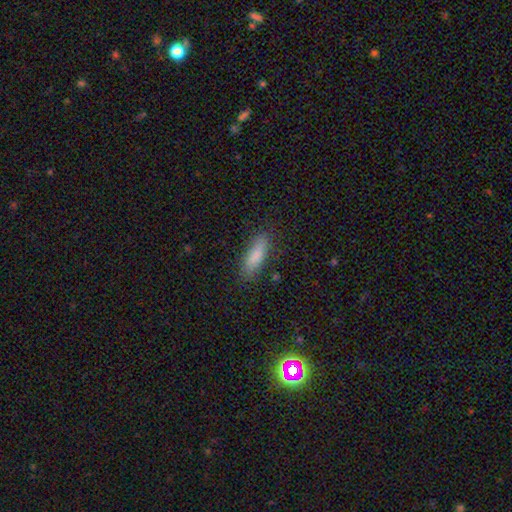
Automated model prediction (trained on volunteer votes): Smooth or featured? smooth (84%)
How rounded? cigar-shaped (52%)
Merging? none (83%)